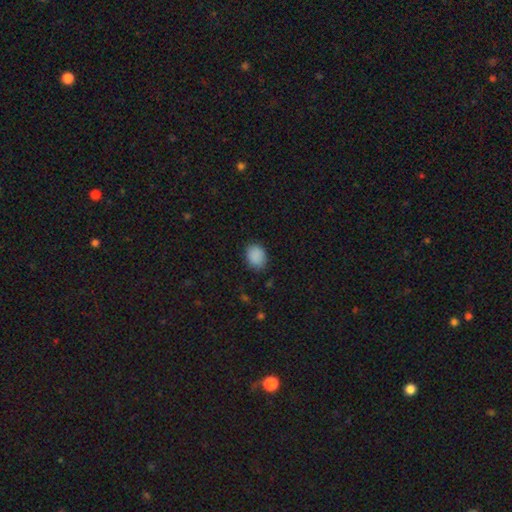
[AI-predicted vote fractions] A smooth galaxy with no disk features (89%) that is in between round and cigar-shaped (52%). Merging: none (83%).